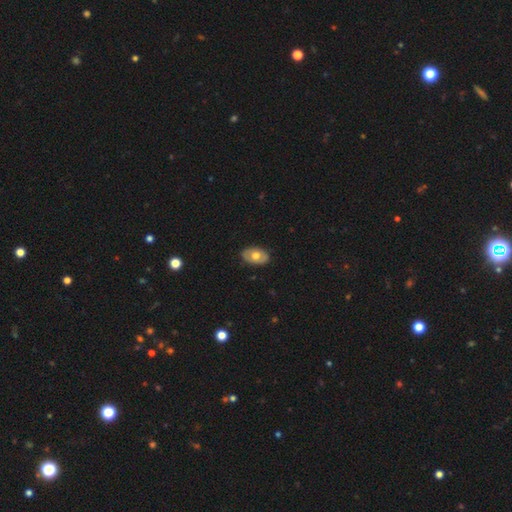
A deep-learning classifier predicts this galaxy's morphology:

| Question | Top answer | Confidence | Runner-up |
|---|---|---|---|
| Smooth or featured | smooth | 57% | featured or disk (37%) |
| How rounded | in between | 87% | round (11%) |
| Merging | none | 85% | minor disturbance (11%) |